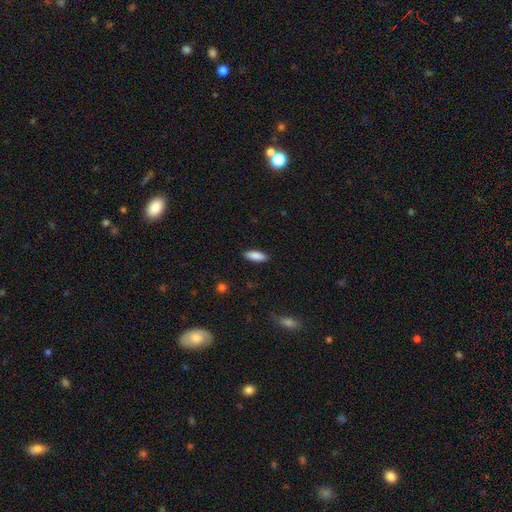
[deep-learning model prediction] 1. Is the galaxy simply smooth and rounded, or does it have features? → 87% smooth, 7% featured or disk, 6% star or artifact.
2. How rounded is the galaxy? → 69% in between, 30% cigar-shaped, 2% round.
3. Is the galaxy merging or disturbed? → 89% none, 8% minor disturbance, 2% major disturbance, 1% merger.